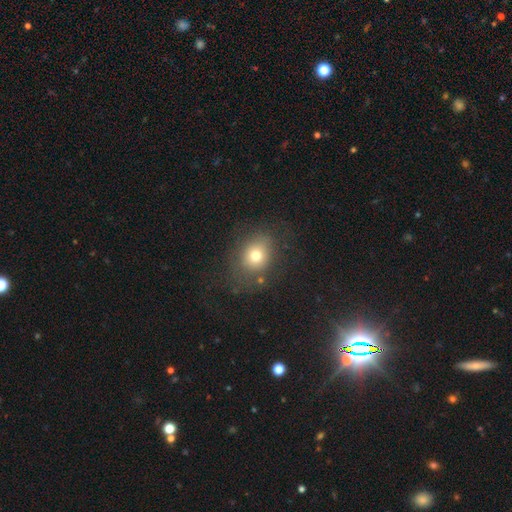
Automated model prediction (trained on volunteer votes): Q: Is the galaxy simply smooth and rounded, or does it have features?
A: smooth — 73%.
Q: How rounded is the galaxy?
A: round — 59%.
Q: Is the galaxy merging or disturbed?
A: none — 72%.